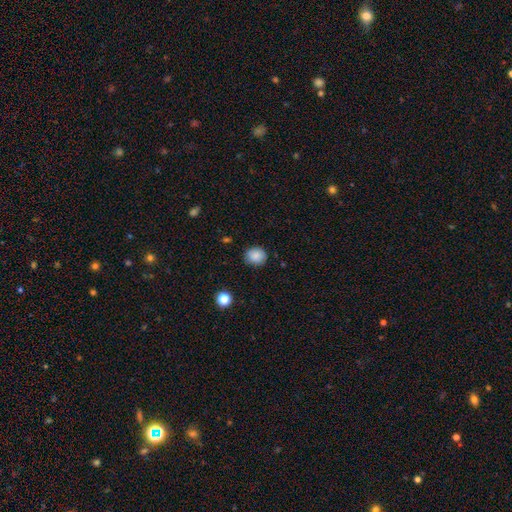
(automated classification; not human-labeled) Morphology: type=smooth (86%); roundness=round (77%); merging=none (85%).